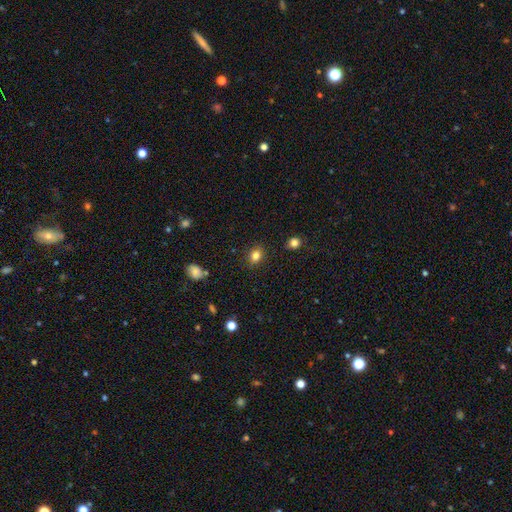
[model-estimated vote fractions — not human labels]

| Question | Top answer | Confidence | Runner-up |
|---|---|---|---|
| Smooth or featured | smooth | 82% | star or artifact (11%) |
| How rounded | in between | 53% | round (46%) |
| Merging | none | 86% | minor disturbance (9%) |